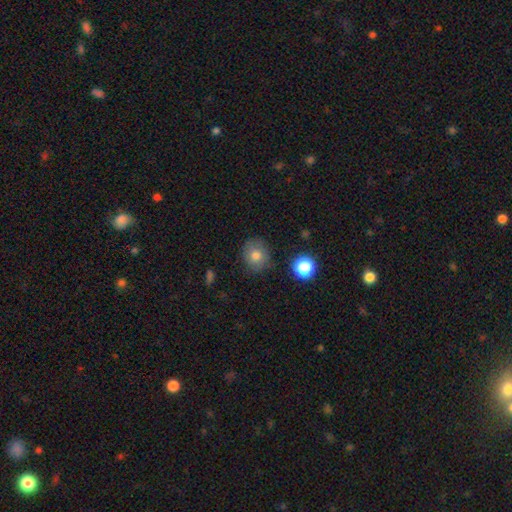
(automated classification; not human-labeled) A smooth galaxy with no disk features (78%) that is round (78%).

Vote fractions:
- Smooth or featured? smooth: 78% / star or artifact: 11% / featured or disk: 11%
- How rounded? round: 78% / in between: 22% / cigar-shaped: 1%
- Merging? none: 81% / minor disturbance: 13% / major disturbance: 4% / merger: 2%